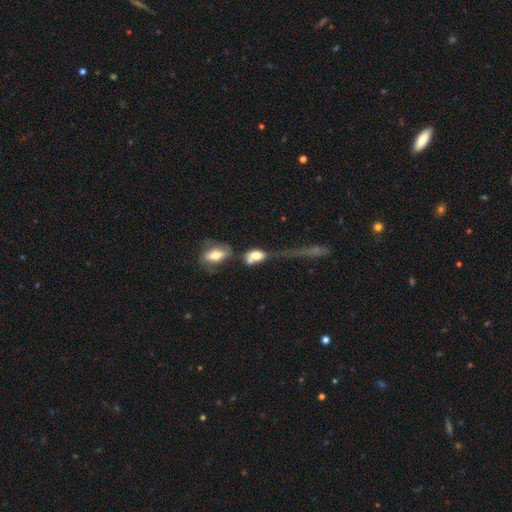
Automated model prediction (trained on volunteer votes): smooth_or_featured: smooth (p=0.71) [alt: featured or disk p=0.19]
how_rounded: in between (p=0.81) [alt: round p=0.14]
merging: merger (p=0.42) [alt: none p=0.23]